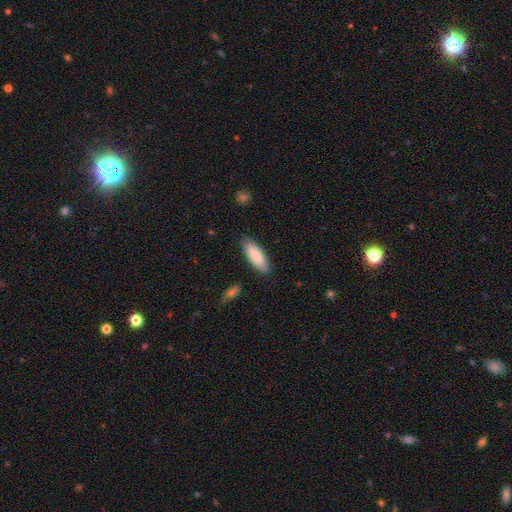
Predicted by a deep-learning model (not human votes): smooth_or_featured: smooth (p=0.85) [alt: featured or disk p=0.09]
how_rounded: in between (p=0.65) [alt: cigar-shaped p=0.33]
merging: none (p=0.85) [alt: minor disturbance p=0.11]